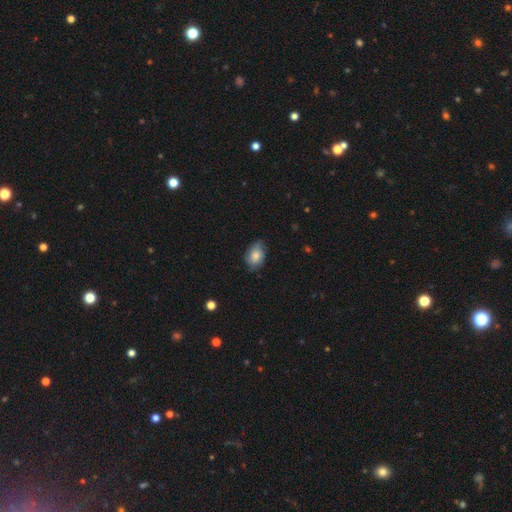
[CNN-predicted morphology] This appears to be a smooth galaxy with no disk features (70%) that is in between round and cigar-shaped (80%). Merging: none (69%).